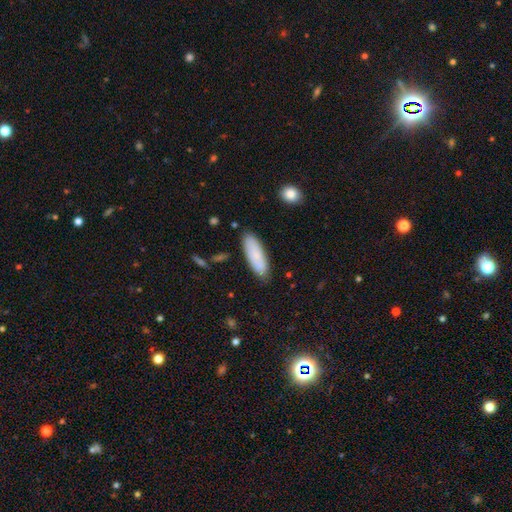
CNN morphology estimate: Smooth or featured: smooth — 81% (featured or disk — 13%)
How rounded: in between — 58% (cigar-shaped — 40%)
Merging: none — 84% (minor disturbance — 12%)